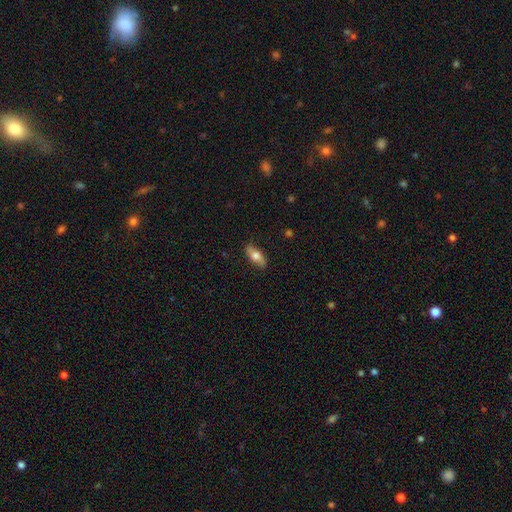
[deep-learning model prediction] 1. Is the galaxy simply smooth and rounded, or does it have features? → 66% smooth, 28% featured or disk, 6% star or artifact.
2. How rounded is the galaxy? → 74% in between, 22% cigar-shaped, 4% round.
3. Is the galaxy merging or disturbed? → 84% none, 12% minor disturbance, 2% major disturbance, 1% merger.